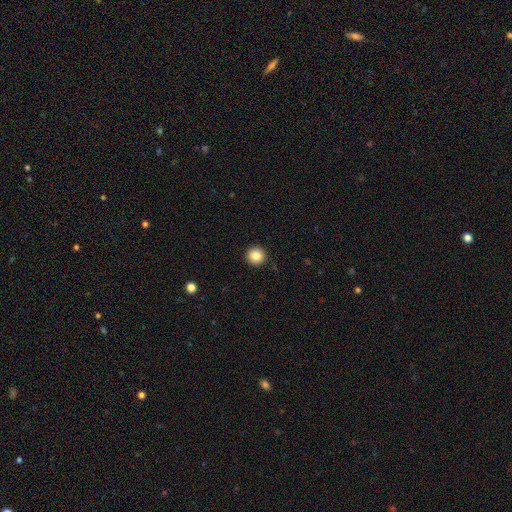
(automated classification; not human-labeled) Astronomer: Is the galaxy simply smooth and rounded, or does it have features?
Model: smooth — 86%.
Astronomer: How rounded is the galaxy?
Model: round — 95%.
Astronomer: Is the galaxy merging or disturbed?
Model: none — 93%.